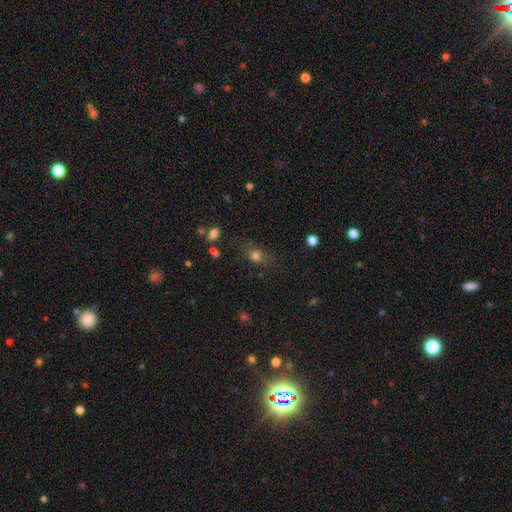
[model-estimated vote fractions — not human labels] smooth_or_featured: smooth (p=0.77) [alt: star or artifact p=0.14]
how_rounded: in between (p=0.51) [alt: round p=0.47]
merging: none (p=0.72) [alt: minor disturbance p=0.18]